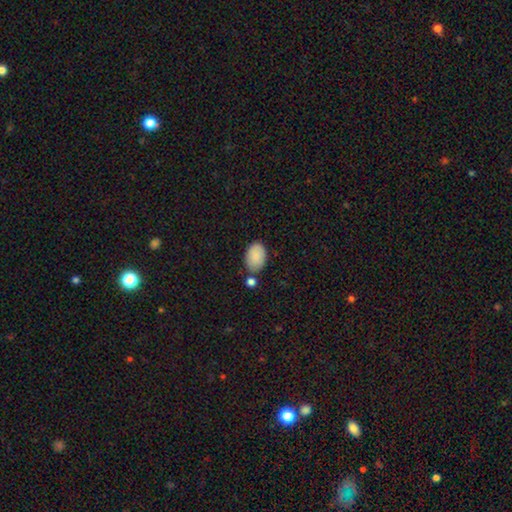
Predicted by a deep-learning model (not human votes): A smooth galaxy with no disk features (89%) that is in between round and cigar-shaped (89%). Merging: none (73%).